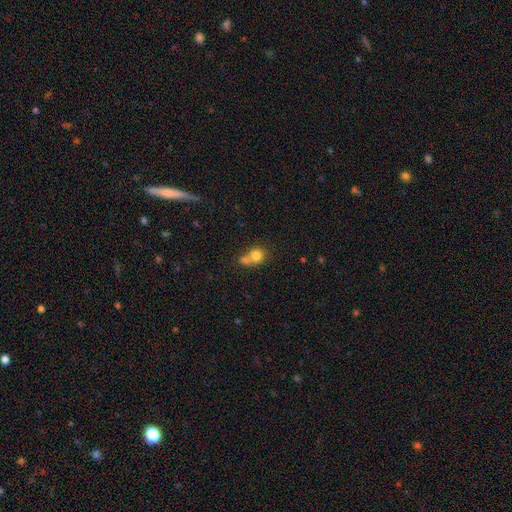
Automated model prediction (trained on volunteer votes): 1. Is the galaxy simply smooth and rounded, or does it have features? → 77% smooth, 12% featured or disk, 10% star or artifact.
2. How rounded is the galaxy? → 79% round, 20% in between, 1% cigar-shaped.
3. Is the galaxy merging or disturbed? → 54% merger, 34% none, 8% minor disturbance, 3% major disturbance.